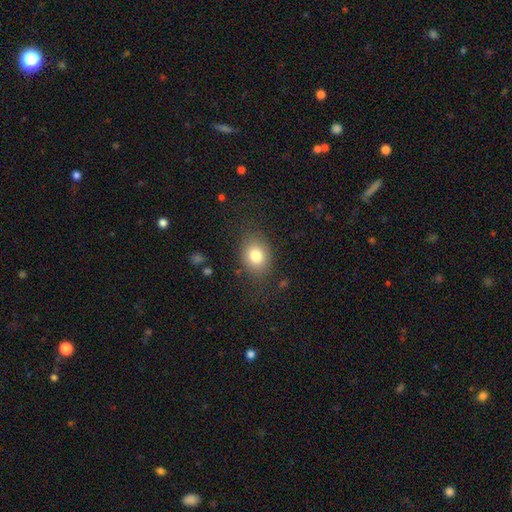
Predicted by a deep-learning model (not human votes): A smooth galaxy with no disk features (80%) that is in between round and cigar-shaped (55%). Merging: none (79%).